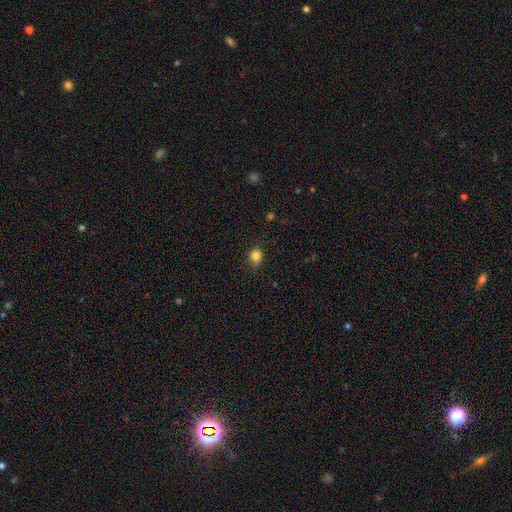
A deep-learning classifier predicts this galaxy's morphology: A smooth galaxy with no disk features (83%) that is round (65%). Merging: none (71%).